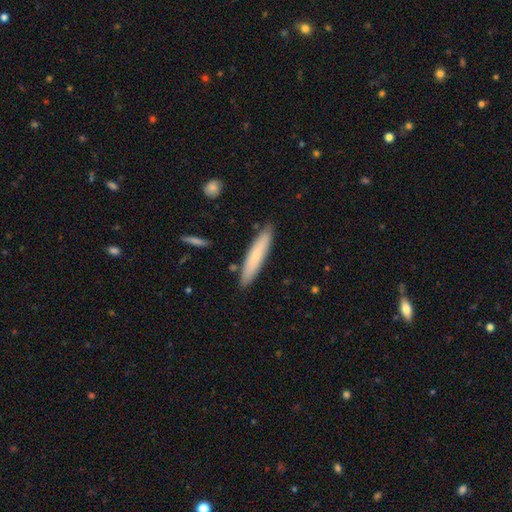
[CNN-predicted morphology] Q: Smooth or featured?
A: smooth (68%); runner-up: featured or disk (25%)
Q: How rounded?
A: cigar-shaped (87%); runner-up: in between (12%)
Q: Merging?
A: none (86%); runner-up: minor disturbance (10%)